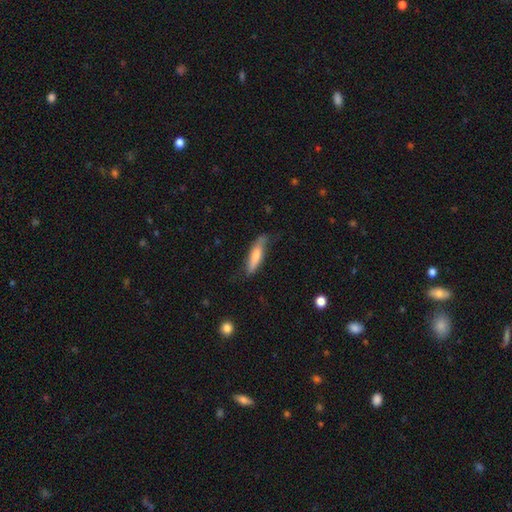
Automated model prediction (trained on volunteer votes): Overall: smooth (57%; featured or disk 36%). How rounded: cigar-shaped (75%). Merging: none (61%; minor disturbance 28%).